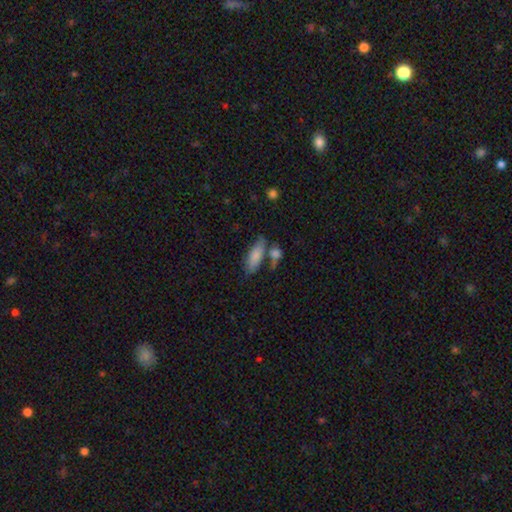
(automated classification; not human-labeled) Q: Smooth or featured?
A: smooth (80%); runner-up: featured or disk (14%)
Q: How rounded?
A: in between (72%); runner-up: cigar-shaped (25%)
Q: Merging?
A: none (54%); runner-up: merger (24%)